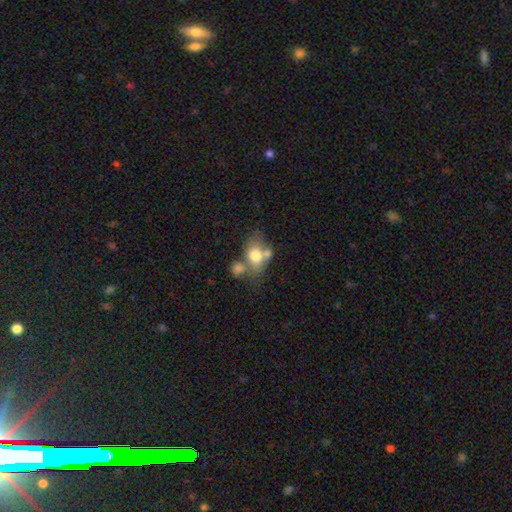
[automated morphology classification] Smooth or featured?
  - smooth: 69% *
  - featured or disk: 23%
  - star or artifact: 9%
How rounded?
  - in between: 71% *
  - round: 27%
  - cigar-shaped: 2%
Merging?
  - merger: 42% *
  - none: 33%
  - minor disturbance: 16%
  - major disturbance: 9%